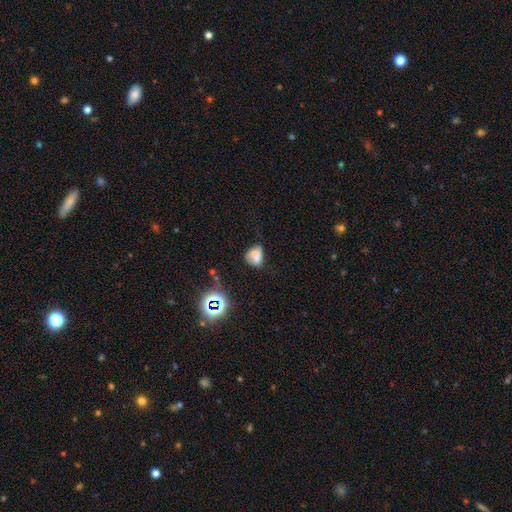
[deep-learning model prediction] Smooth or featured?
  - smooth: 63% *
  - featured or disk: 22%
  - star or artifact: 15%
How rounded?
  - in between: 61% *
  - round: 37%
  - cigar-shaped: 1%
Merging?
  - none: 36% *
  - minor disturbance: 34%
  - major disturbance: 17%
  - merger: 13%